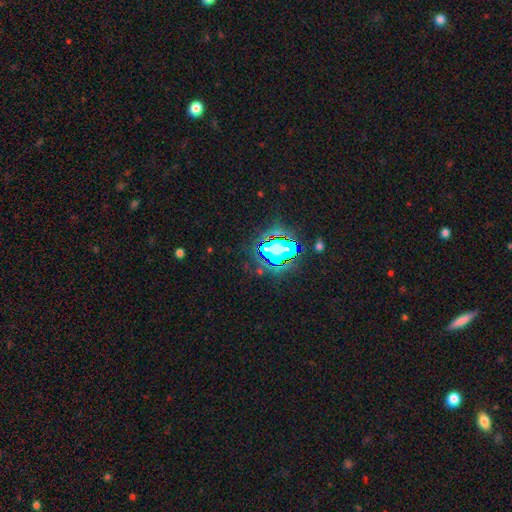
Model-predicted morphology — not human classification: A star or artifact, not a galaxy (82%).

Vote fractions:
- Smooth or featured? star or artifact: 82% / smooth: 11% / featured or disk: 7%